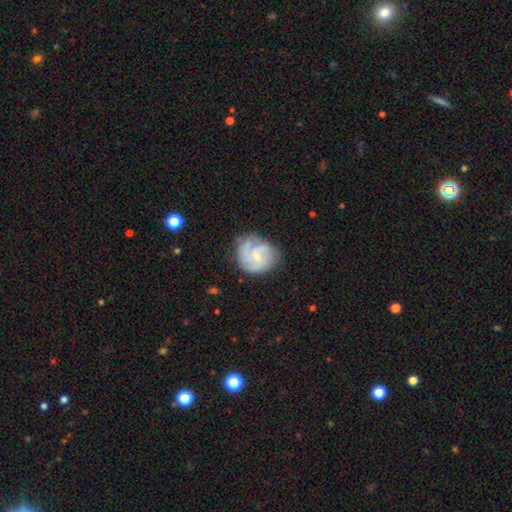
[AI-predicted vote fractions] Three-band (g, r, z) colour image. It shows a featured or disk galaxy (72%) with no bar (52%), 2 (33%) tight (42%, tied with medium) spiral arms (91%) and a small central bulge (67%). Merging: none (62%).